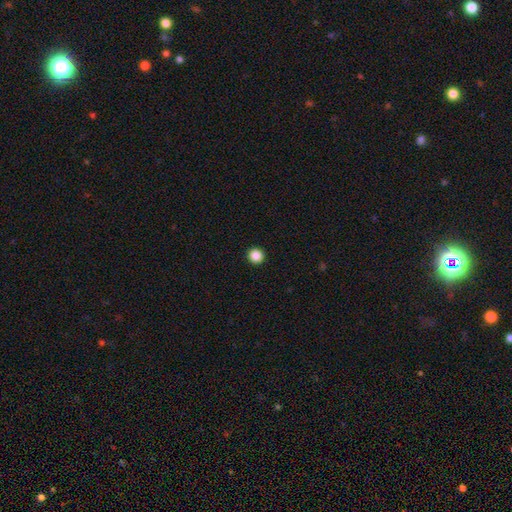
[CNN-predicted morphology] Q: Smooth or featured?
A: smooth (87%); runner-up: star or artifact (10%)
Q: How rounded?
A: round (96%); runner-up: in between (3%)
Q: Merging?
A: none (94%); runner-up: minor disturbance (4%)